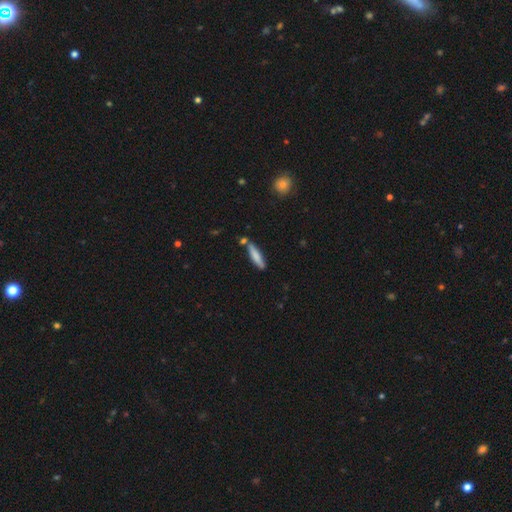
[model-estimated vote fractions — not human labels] This appears to be a smooth galaxy with no disk features (76%) that is cigar-shaped (82%). Merging: none (76%).